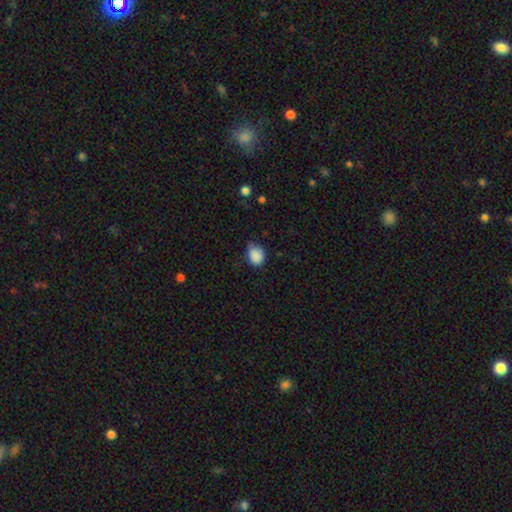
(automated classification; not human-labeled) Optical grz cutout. It shows a smooth galaxy with no disk features (87%) that is in between round and cigar-shaped (54%). Merging: none (55%).